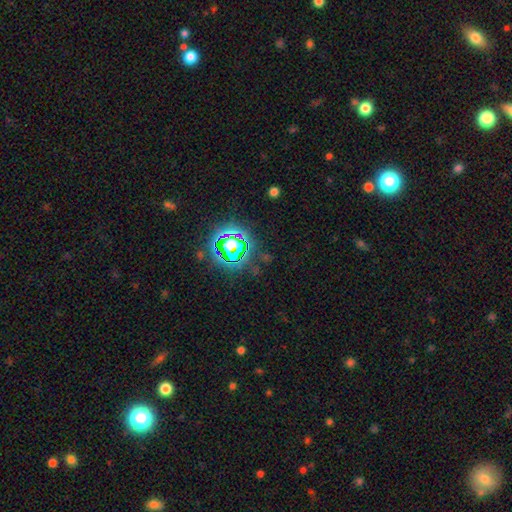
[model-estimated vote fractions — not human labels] Smooth or featured: star or artifact — 77% (smooth — 14%)